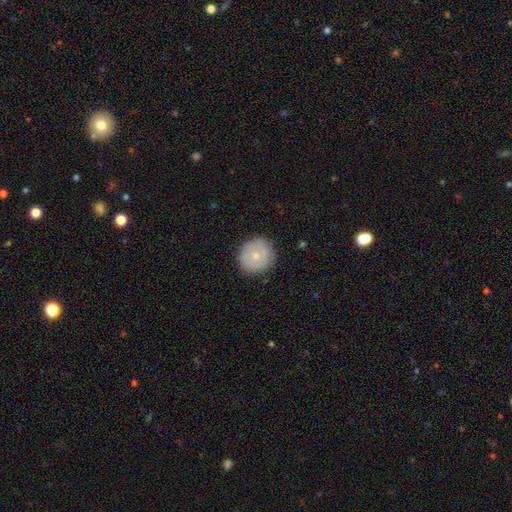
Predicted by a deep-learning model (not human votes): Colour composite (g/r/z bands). It shows a smooth galaxy with no disk features (68%) that is round (91%). Merging: none (85%).